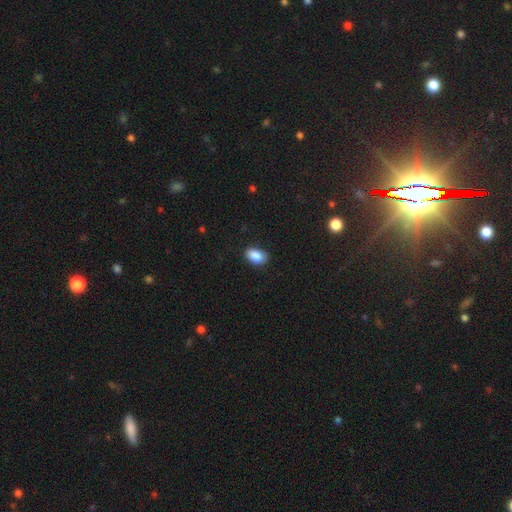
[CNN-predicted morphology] Overall: smooth (88%). How rounded: in between (89%). Merging: none (82%).